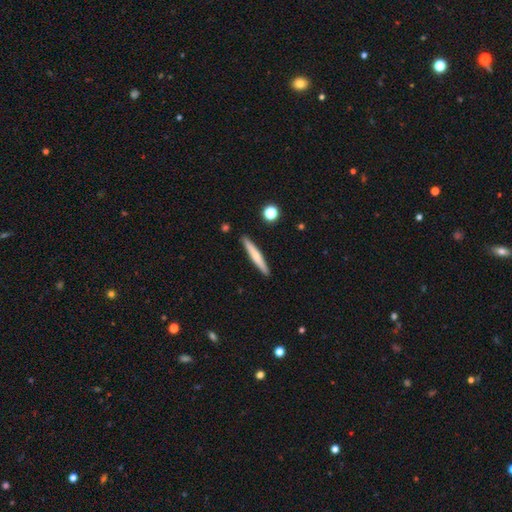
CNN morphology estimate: Smooth or featured? Predicted: smooth (p=0.61). How rounded? Predicted: cigar-shaped (p=0.95). Merging? Predicted: none (p=0.91).